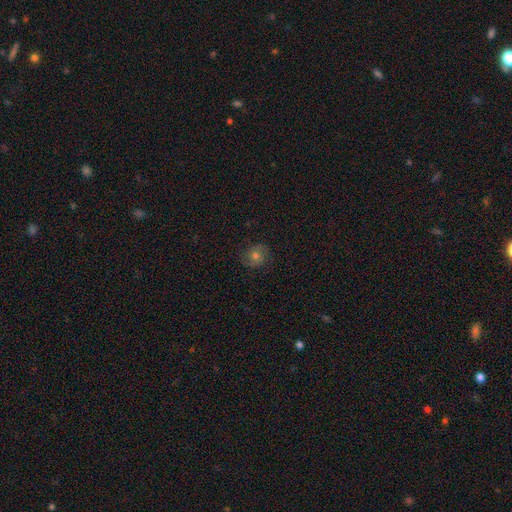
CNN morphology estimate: Smooth or featured? Predicted: featured or disk (p=0.42). Merging? Predicted: none (p=0.83).